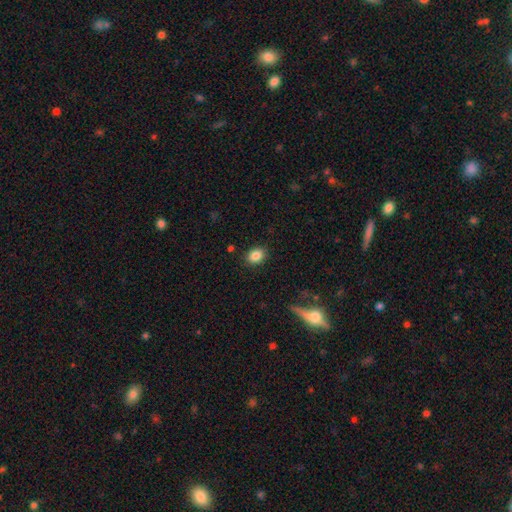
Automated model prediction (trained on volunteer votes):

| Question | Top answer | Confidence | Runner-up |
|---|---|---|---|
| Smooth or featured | smooth | 85% | star or artifact (9%) |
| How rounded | in between | 58% | round (41%) |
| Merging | none | 87% | minor disturbance (9%) |